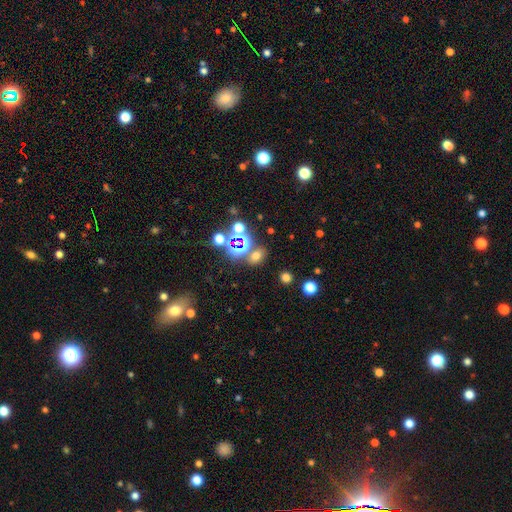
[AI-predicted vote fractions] smooth 56%, star or artifact 35%, featured or disk 10%. Down the decision tree: how rounded — in between (62%); merging — none (71%).